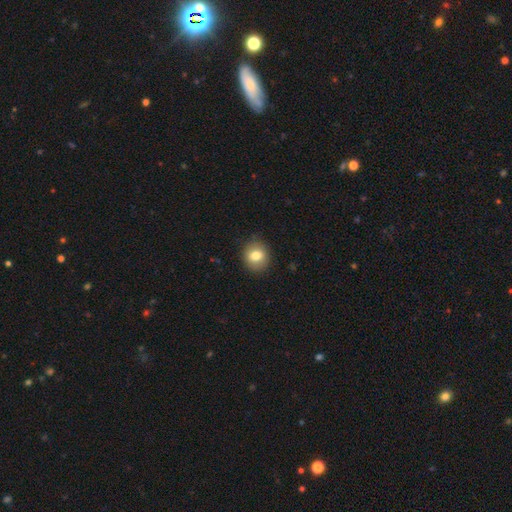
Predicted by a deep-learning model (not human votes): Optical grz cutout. It shows a smooth galaxy with no disk features (79%) that is round (73%). Merging: none (87%).